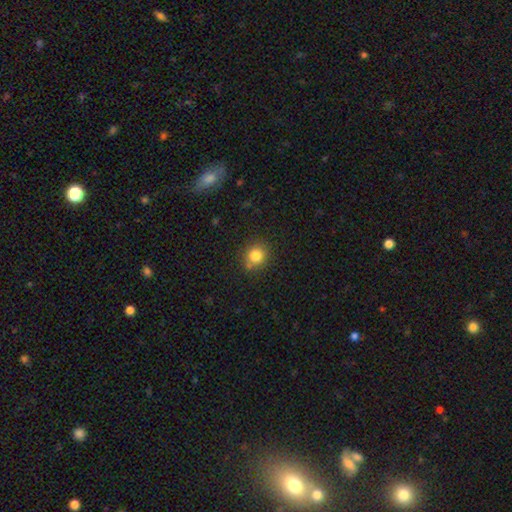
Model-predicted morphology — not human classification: A smooth galaxy with no disk features (82%) that is round (83%).

Vote fractions:
- Smooth or featured? smooth: 82% / star or artifact: 11% / featured or disk: 6%
- How rounded? round: 83% / in between: 17% / cigar-shaped: 1%
- Merging? none: 80% / minor disturbance: 13% / merger: 4% / major disturbance: 3%